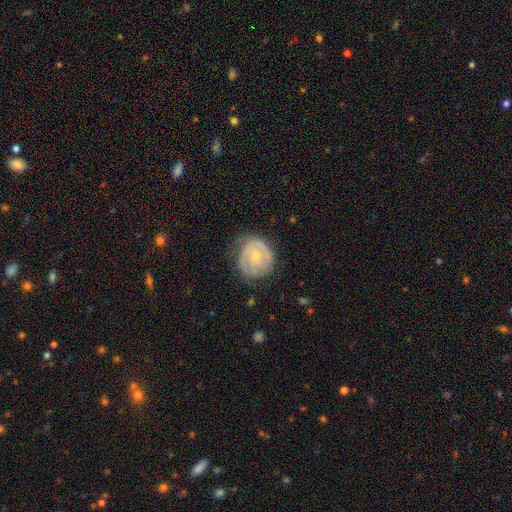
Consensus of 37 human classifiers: Smooth or featured: featured or disk — 54% (smooth — 43%)
Edge-on disk: no — 95% (yes — 5%)
Bar: no — 95% (weak — 5%)
Spiral arms: yes — 68% (no — 32%)
Spiral winding: medium — 54% (tight — 46%)
Spiral arm count: can't tell — 54% (1 — 23%)
Bulge size: moderate — 58% (small — 42%)
Merging: minor disturbance — 56% (none — 25%)